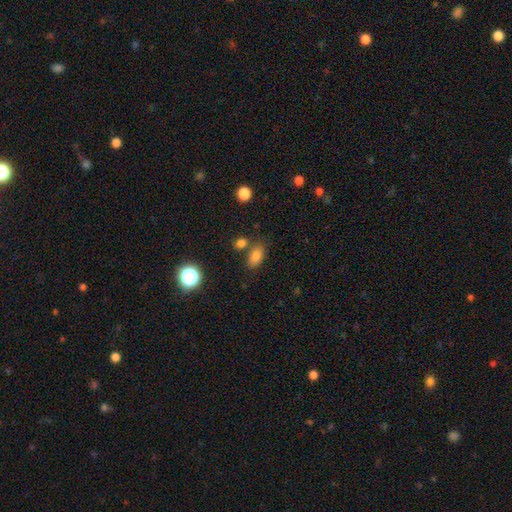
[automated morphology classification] Smooth or featured: smooth — 81% (star or artifact — 12%)
How rounded: in between — 87% (round — 9%)
Merging: none — 68% (merger — 14%)